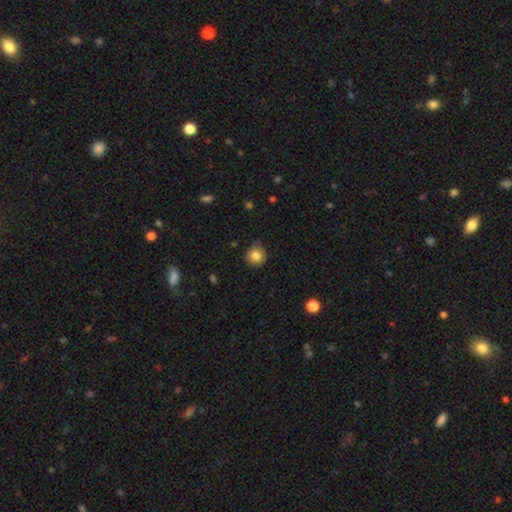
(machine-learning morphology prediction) Smooth or featured? smooth (82%)
How rounded? round (91%)
Merging? none (78%)